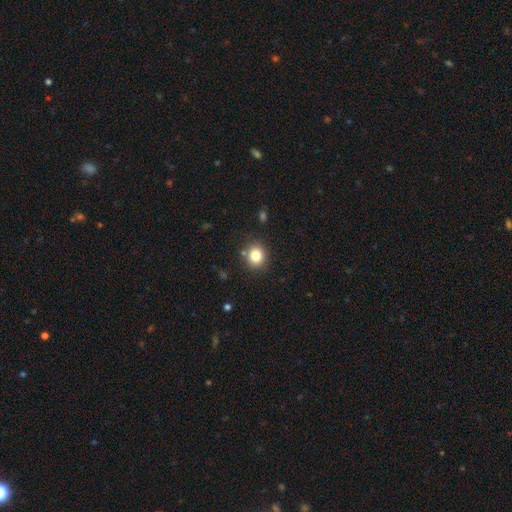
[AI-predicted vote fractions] A smooth galaxy with no disk features (82%) that is round (80%).

Vote fractions:
- Smooth or featured? smooth: 82% / star or artifact: 11% / featured or disk: 6%
- How rounded? round: 80% / in between: 20% / cigar-shaped: 1%
- Merging? none: 85% / minor disturbance: 9% / merger: 3% / major disturbance: 3%